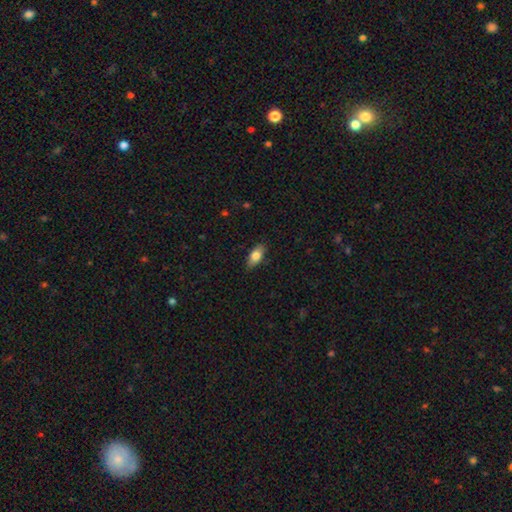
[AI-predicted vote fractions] A smooth galaxy with no disk features (80%) that is in between round and cigar-shaped (87%). Merging: none (86%).